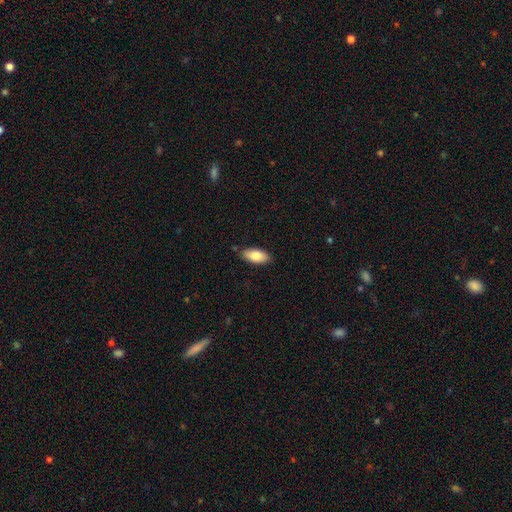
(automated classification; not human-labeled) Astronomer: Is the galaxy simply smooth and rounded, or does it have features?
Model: smooth — 82%.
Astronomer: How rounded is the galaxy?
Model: in between — 90%.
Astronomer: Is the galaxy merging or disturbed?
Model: none — 85%.